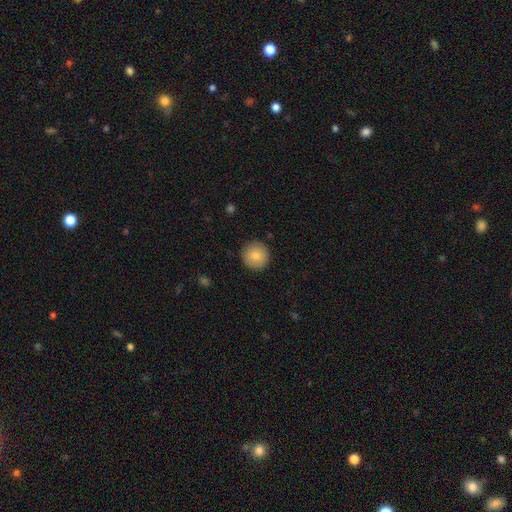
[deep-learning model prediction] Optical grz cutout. It shows a smooth galaxy with no disk features (84%) that is round (95%). Merging: none (91%).